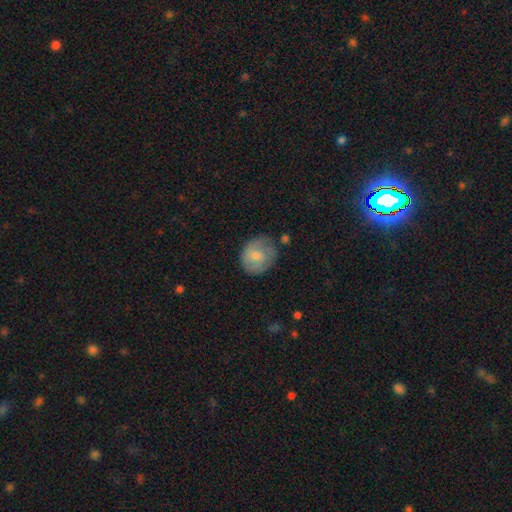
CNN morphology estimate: Q: Smooth or featured?
A: smooth (59%); runner-up: featured or disk (34%)
Q: How rounded?
A: round (71%); runner-up: in between (28%)
Q: Merging?
A: none (58%); runner-up: minor disturbance (29%)